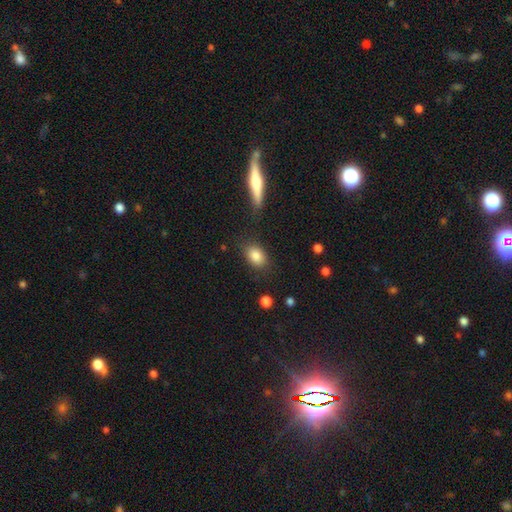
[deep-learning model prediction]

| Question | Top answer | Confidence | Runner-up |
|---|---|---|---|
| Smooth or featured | smooth | 84% | star or artifact (9%) |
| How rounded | in between | 75% | round (23%) |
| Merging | none | 78% | minor disturbance (14%) |